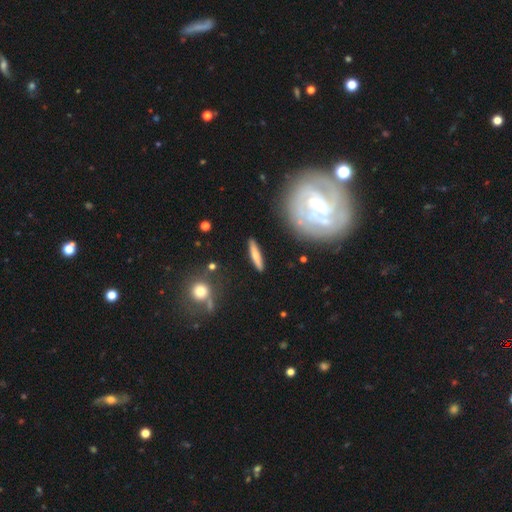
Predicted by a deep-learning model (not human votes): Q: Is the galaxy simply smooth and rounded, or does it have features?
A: smooth — 55%.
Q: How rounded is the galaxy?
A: cigar-shaped — 84%.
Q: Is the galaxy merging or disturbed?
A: none — 87%.